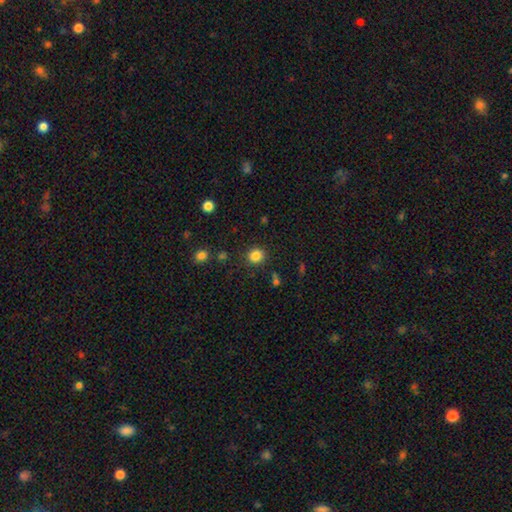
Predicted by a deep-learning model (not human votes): smooth-or-featured: smooth: 84% | star or artifact: 11% | featured or disk: 4%
  how-rounded: round: 85% | in between: 15% | cigar-shaped: 1%
  merging: none: 86% | minor disturbance: 8% | major disturbance: 3% | merger: 3%